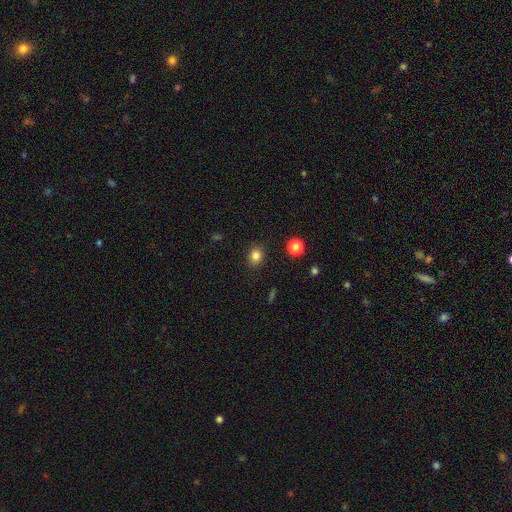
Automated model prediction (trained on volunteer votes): This appears to be a smooth galaxy with no disk features (82%) that is round (67%). Merging: none (88%).